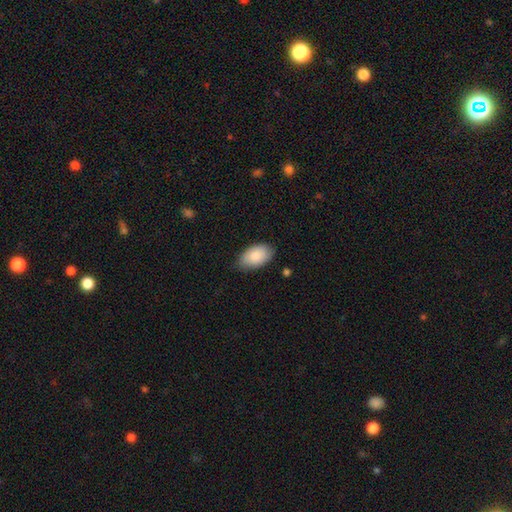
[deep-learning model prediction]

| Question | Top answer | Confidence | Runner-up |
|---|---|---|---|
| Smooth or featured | smooth | 83% | featured or disk (11%) |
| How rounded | in between | 94% | round (5%) |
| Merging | none | 79% | minor disturbance (17%) |